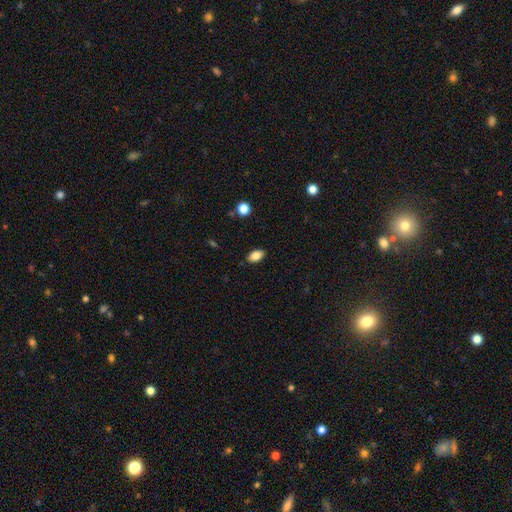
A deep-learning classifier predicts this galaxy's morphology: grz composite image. It shows a smooth galaxy with no disk features (85%) that is in between round and cigar-shaped (91%). Merging: none (88%).